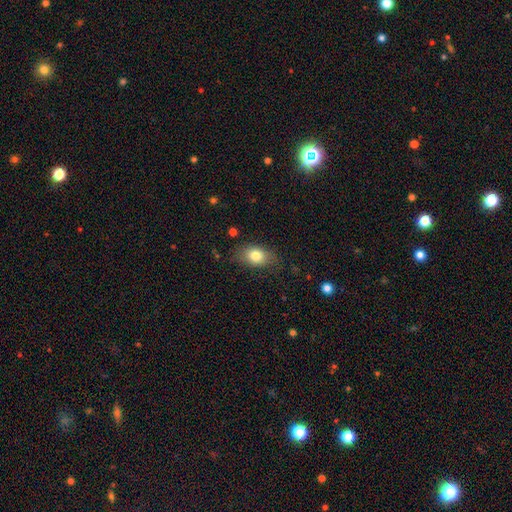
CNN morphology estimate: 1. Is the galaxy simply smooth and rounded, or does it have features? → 79% smooth, 12% featured or disk, 9% star or artifact.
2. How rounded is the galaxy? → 77% in between, 21% round, 2% cigar-shaped.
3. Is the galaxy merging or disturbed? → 77% none, 17% minor disturbance, 5% major disturbance, 1% merger.